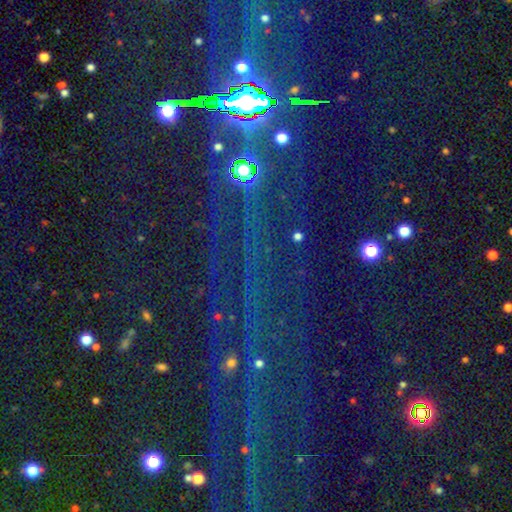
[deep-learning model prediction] A star or artifact, not a galaxy (83%).